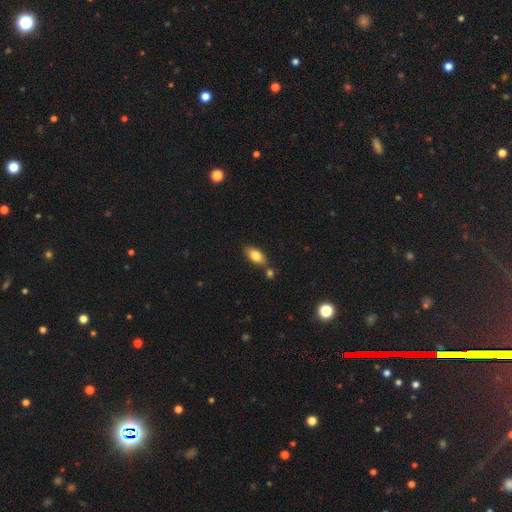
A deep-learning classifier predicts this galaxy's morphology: Smooth or featured? smooth (82%)
How rounded? in between (90%)
Merging? none (71%)